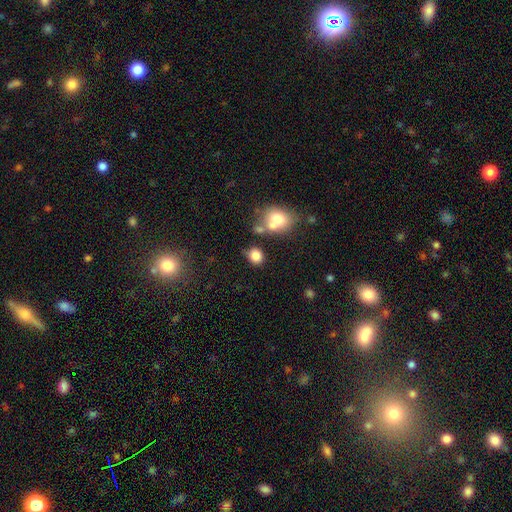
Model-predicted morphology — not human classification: A smooth galaxy with no disk features (81%) that is round (67%). Merging: none (66%).